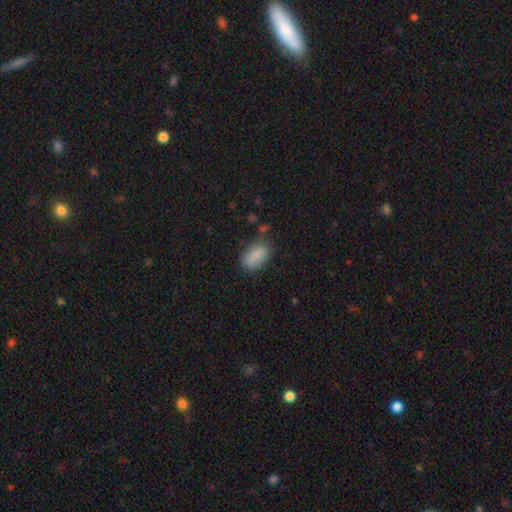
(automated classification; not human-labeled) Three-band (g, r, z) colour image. It shows a smooth galaxy with no disk features (85%) that is in between round and cigar-shaped (88%). Merging: none (76%).